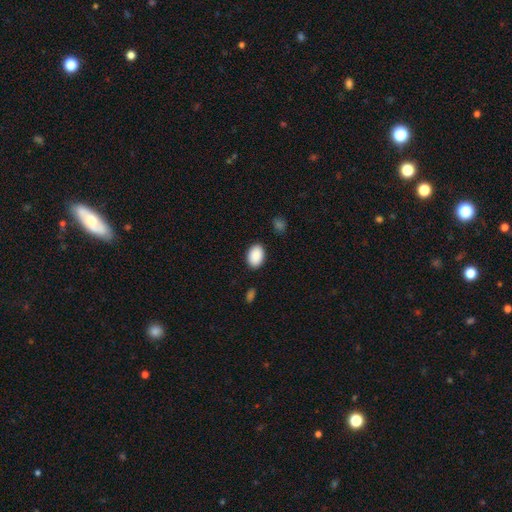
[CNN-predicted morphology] Smooth or featured? smooth (91%)
How rounded? in between (86%)
Merging? none (87%)